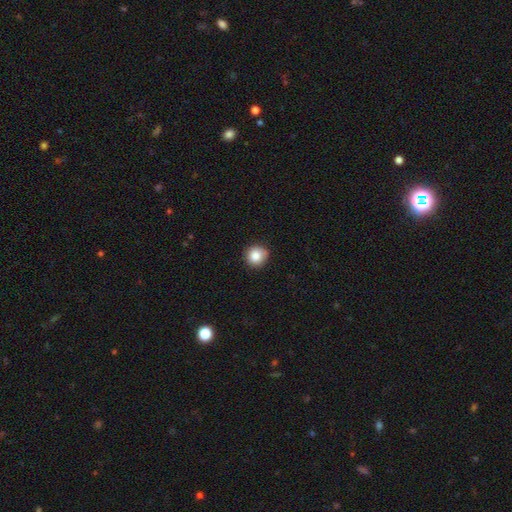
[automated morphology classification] Smooth or featured? Predicted: smooth (p=0.85). How rounded? Predicted: round (p=0.93). Merging? Predicted: none (p=0.86).